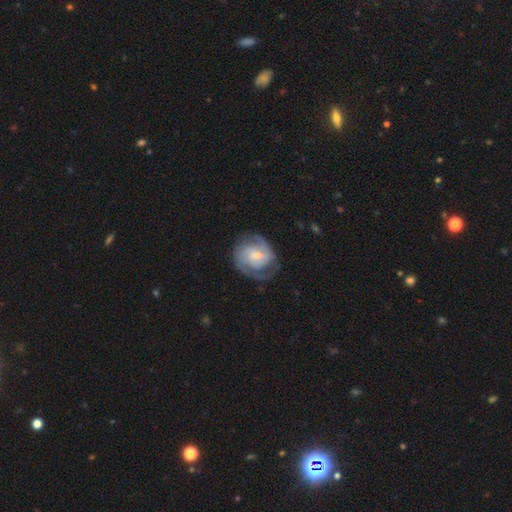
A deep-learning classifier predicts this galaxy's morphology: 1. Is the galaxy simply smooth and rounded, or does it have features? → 76% featured or disk, 19% smooth, 5% star or artifact.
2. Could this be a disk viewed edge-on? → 98% no, 2% yes.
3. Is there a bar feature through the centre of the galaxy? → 46% no, 45% weak, 9% strong.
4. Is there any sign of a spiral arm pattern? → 92% yes, 8% no.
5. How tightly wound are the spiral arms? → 46% tight, 40% medium, 14% loose.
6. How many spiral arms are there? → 56% 2, 21% can't tell, 11% 3, 7% 1, 3% 4, 3% more than 4.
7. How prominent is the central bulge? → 51% small, 37% moderate, 6% none, 5% large, 1% dominant.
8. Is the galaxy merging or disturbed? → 62% none, 21% minor disturbance, 15% major disturbance, 2% merger.